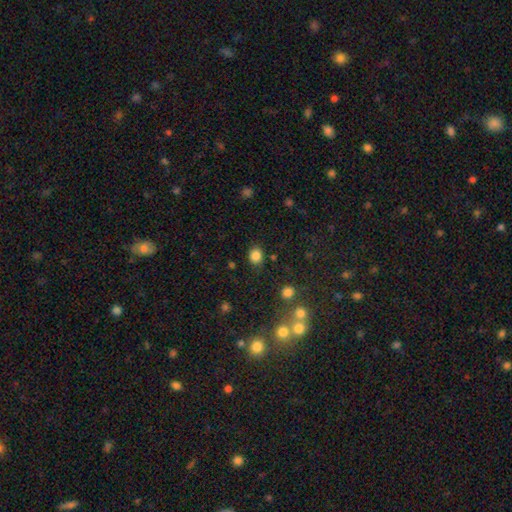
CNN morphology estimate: Q: Smooth or featured?
A: smooth (84%); runner-up: star or artifact (12%)
Q: How rounded?
A: round (63%); runner-up: in between (36%)
Q: Merging?
A: none (82%); runner-up: minor disturbance (12%)